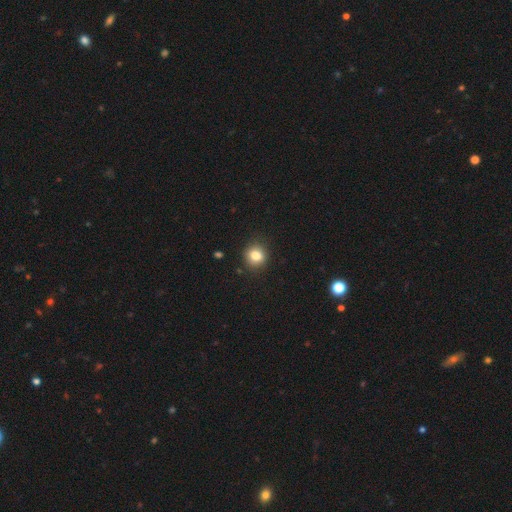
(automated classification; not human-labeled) smooth 82%, star or artifact 11%, featured or disk 7%. Down the decision tree: how rounded — round (76%); merging — none (86%).